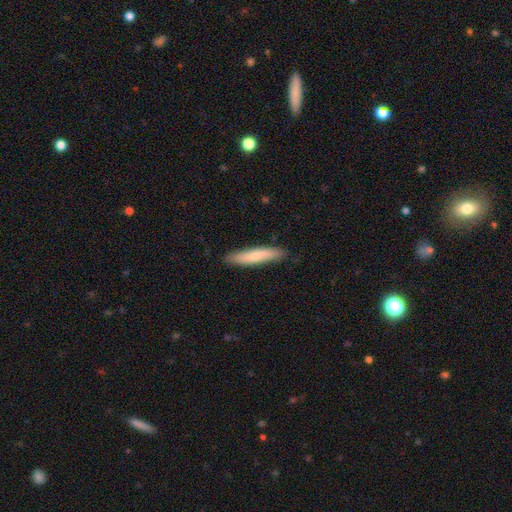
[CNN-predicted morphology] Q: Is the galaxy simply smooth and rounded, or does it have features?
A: smooth — 75%.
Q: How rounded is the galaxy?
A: cigar-shaped — 90%.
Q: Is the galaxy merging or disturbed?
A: none — 88%.